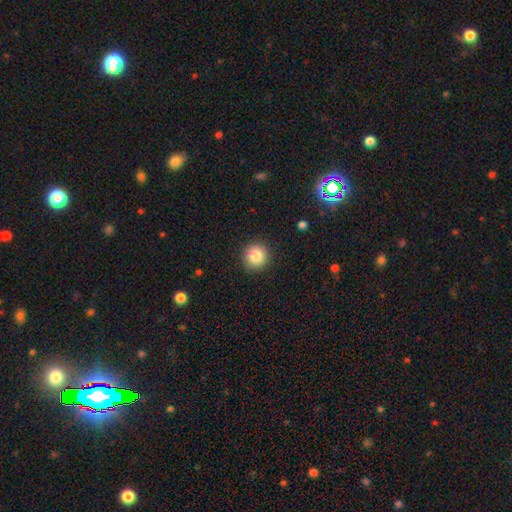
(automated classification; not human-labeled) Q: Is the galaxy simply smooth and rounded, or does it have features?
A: smooth — 83%.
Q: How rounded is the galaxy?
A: round — 93%.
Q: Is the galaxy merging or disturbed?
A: none — 91%.